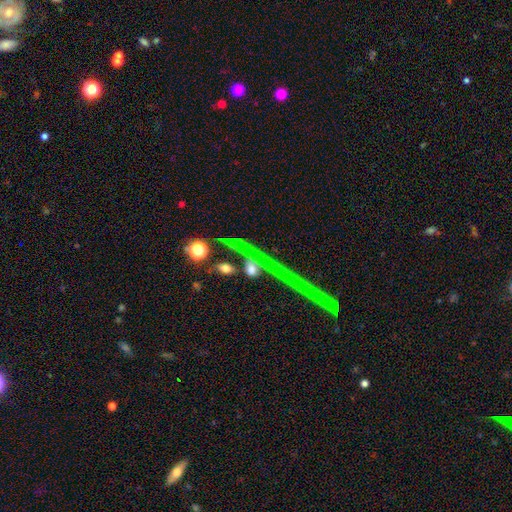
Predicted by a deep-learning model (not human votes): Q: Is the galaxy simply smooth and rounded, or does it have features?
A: star or artifact — 45%.